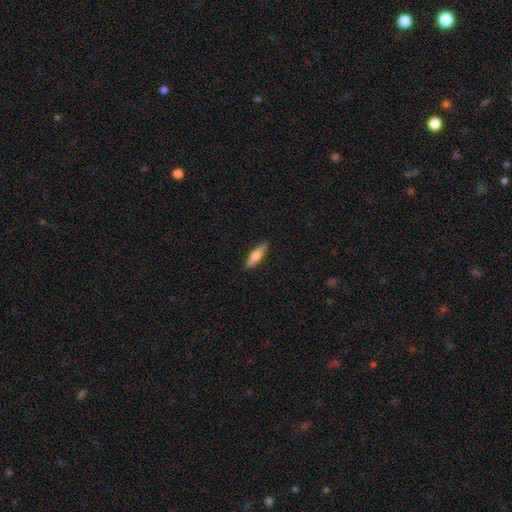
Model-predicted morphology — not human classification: The model was most divided on "how rounded": cigar-shaped: 57%, in between: 41%, round: 2%. More confident: merging — none (86%); smooth or featured — smooth (67%).